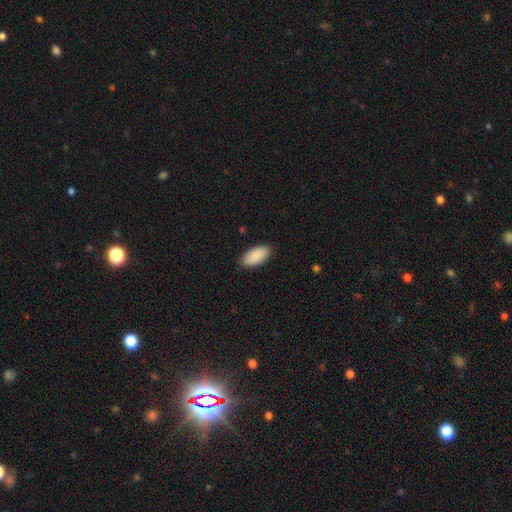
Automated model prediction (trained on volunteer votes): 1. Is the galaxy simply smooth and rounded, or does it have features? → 90% smooth, 6% star or artifact, 4% featured or disk.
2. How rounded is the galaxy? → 95% in between, 3% cigar-shaped, 2% round.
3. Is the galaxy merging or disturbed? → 88% none, 9% minor disturbance, 2% major disturbance, 1% merger.